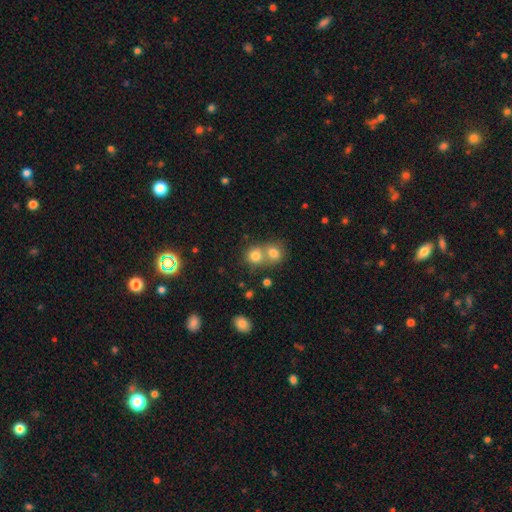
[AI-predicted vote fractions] The model was most divided on "merging": merger: 52%, none: 40%, minor disturbance: 5%, major disturbance: 2%. More confident: how rounded — round (83%); smooth or featured — smooth (78%).